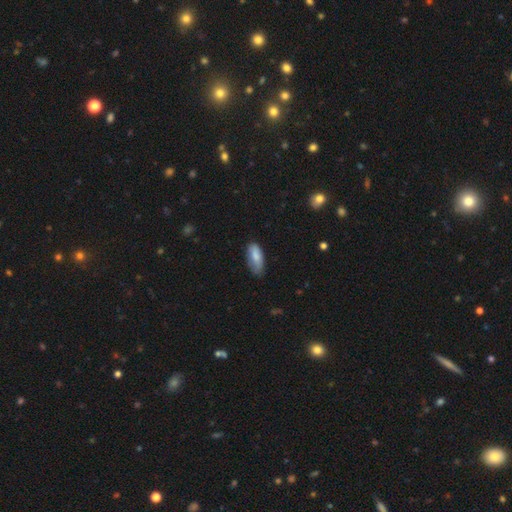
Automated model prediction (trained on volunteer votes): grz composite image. It shows a smooth galaxy with no disk features (81%) that is in between round and cigar-shaped (82%). Merging: none (63%).